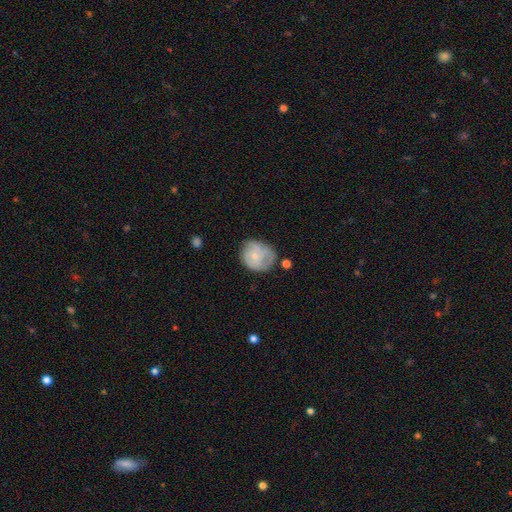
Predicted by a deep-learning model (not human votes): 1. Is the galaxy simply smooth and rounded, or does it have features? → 49% smooth, 44% featured or disk, 7% star or artifact.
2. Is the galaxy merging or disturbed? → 49% none, 32% minor disturbance, 14% major disturbance, 4% merger.